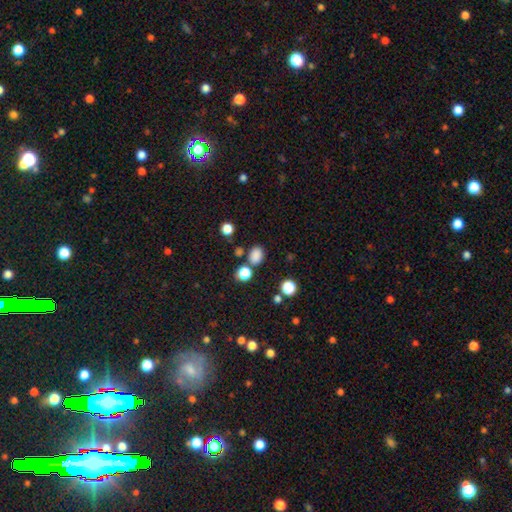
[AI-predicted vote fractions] A smooth galaxy with no disk features (81%) that is in between round and cigar-shaped (56%). Merging: none (75%).